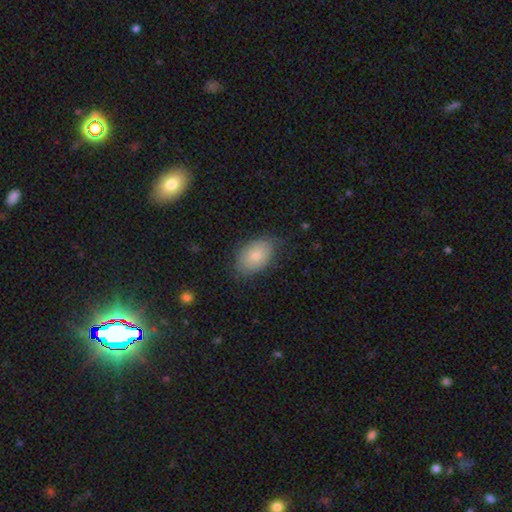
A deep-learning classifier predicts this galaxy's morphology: Q: Smooth or featured?
A: smooth (78%); runner-up: featured or disk (15%)
Q: How rounded?
A: in between (88%); runner-up: round (11%)
Q: Merging?
A: none (75%); runner-up: minor disturbance (19%)